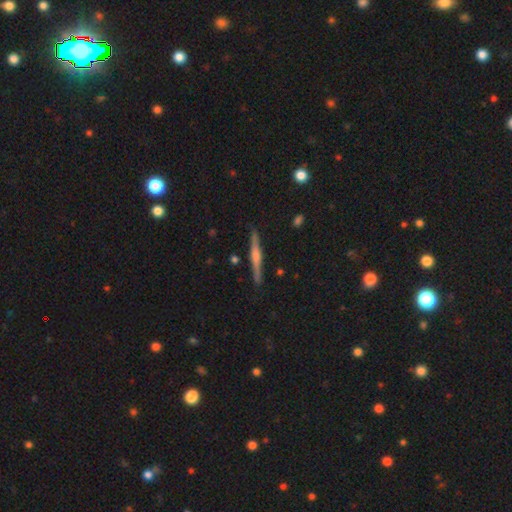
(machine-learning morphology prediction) This is likely a featured or disk galaxy (72%). It is clearly viewed edge-on (98%). Edge-on bulge: likely rounded (68%). Merging: clearly none (90%).